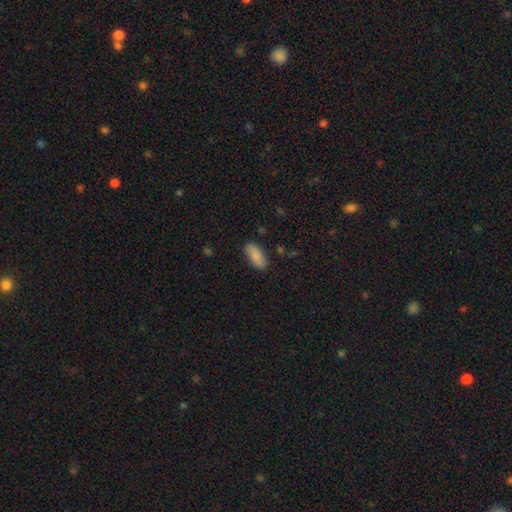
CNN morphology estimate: Q: Smooth or featured?
A: smooth (84%); runner-up: featured or disk (10%)
Q: How rounded?
A: in between (89%); runner-up: cigar-shaped (9%)
Q: Merging?
A: none (84%); runner-up: minor disturbance (12%)